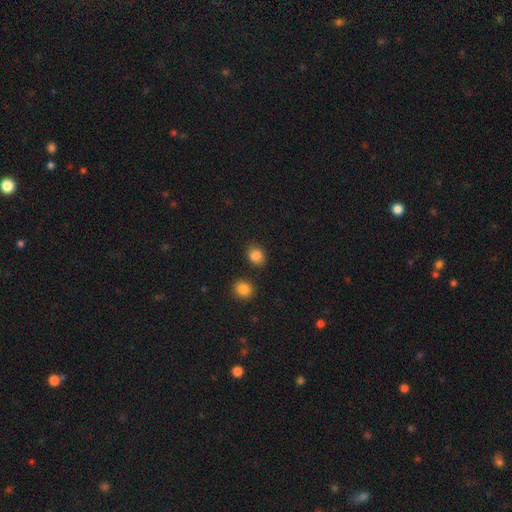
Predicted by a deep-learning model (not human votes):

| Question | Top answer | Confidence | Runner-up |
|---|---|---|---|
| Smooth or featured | smooth | 85% | star or artifact (10%) |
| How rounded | round | 55% | in between (44%) |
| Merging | none | 81% | minor disturbance (11%) |